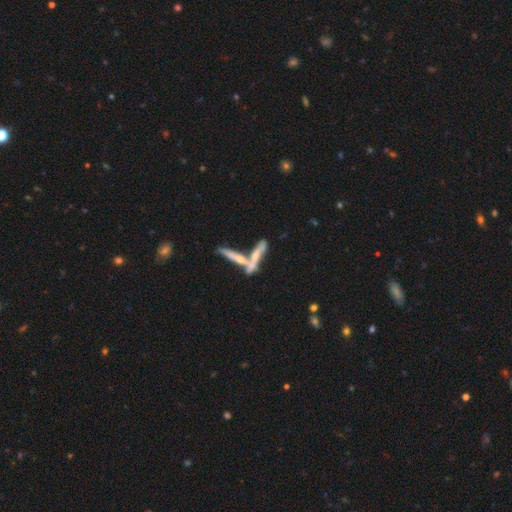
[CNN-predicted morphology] This appears to be a featured or disk galaxy (53%) viewed edge-on (64%). Merging: merger (58%).